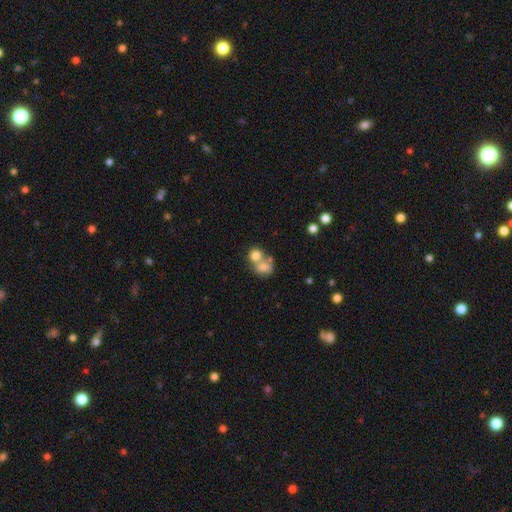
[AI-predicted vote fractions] Overall: smooth (73%). How rounded: round (64%; in between 35%). Merging: merger (60%; none 28%).